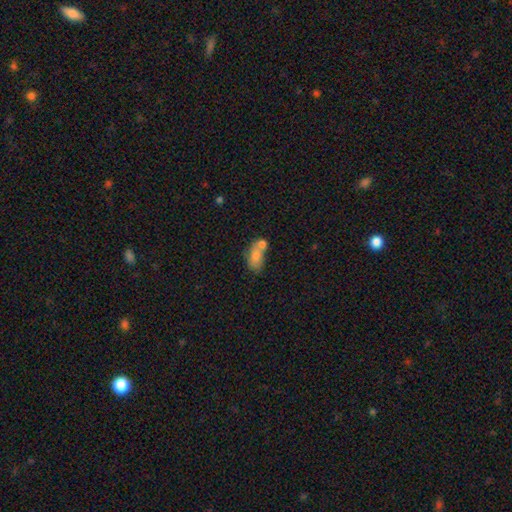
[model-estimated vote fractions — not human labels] A smooth galaxy with no disk features (72%) that is in between round and cigar-shaped (85%). Merging: merger (49%).